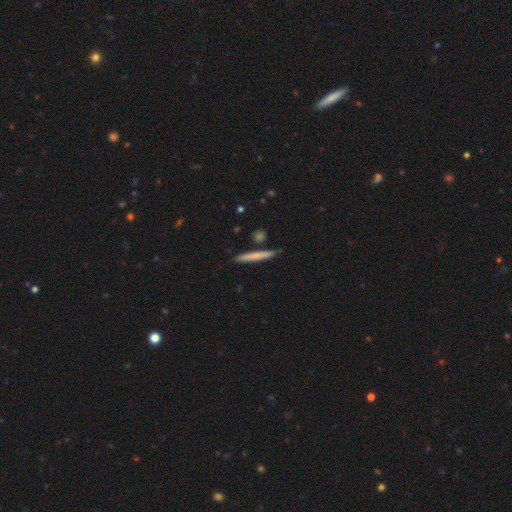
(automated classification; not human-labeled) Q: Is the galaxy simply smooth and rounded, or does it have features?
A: smooth — 69%.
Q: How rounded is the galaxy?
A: cigar-shaped — 96%.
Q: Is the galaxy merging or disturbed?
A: none — 86%.